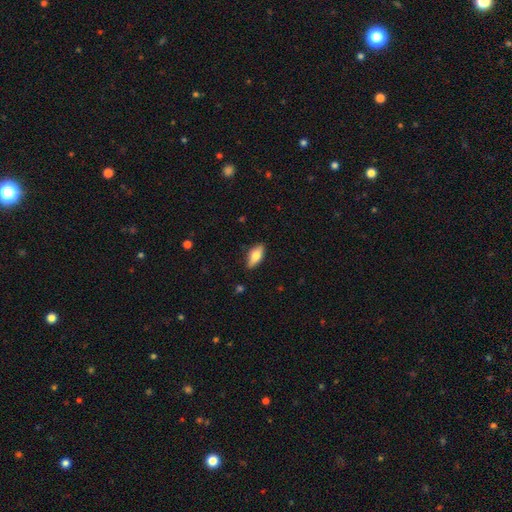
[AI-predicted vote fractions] The model was most divided on "smooth or featured": smooth: 69%, featured or disk: 25%, star or artifact: 7%. More confident: merging — none (84%); how rounded — in between (80%).